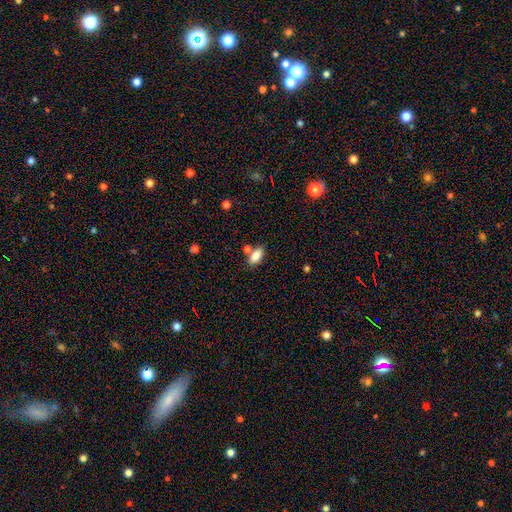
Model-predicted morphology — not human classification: Q: Smooth or featured?
A: smooth (84%); runner-up: featured or disk (8%)
Q: How rounded?
A: in between (88%); runner-up: cigar-shaped (8%)
Q: Merging?
A: none (66%); runner-up: merger (18%)